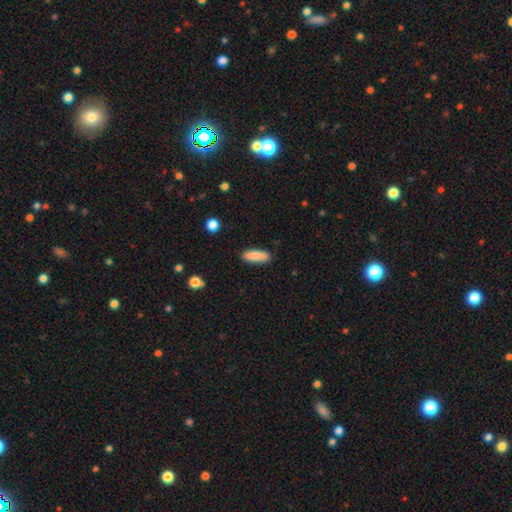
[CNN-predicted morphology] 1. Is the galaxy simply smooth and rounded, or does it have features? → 88% smooth, 6% star or artifact, 6% featured or disk.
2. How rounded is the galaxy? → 56% in between, 42% cigar-shaped, 2% round.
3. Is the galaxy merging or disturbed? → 88% none, 9% minor disturbance, 2% major disturbance, 1% merger.